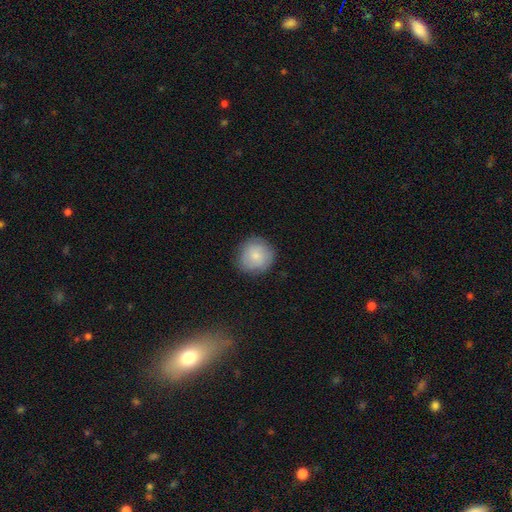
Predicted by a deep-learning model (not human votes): The model was most divided on "smooth or featured": smooth: 79%, featured or disk: 14%, star or artifact: 7%. More confident: how rounded — round (92%); merging — none (84%).